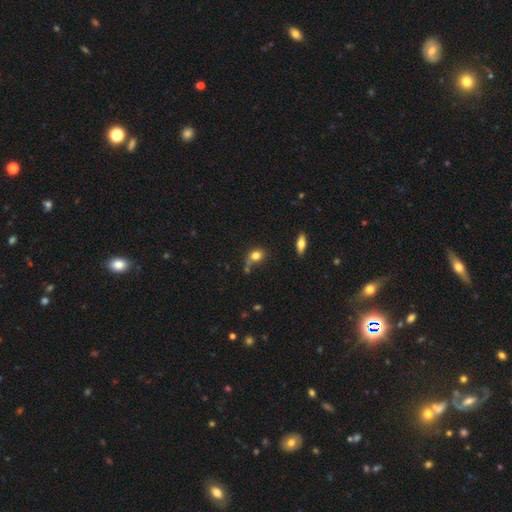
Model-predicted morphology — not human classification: Smooth or featured? smooth (78%)
How rounded? round (55%)
Merging? none (56%)